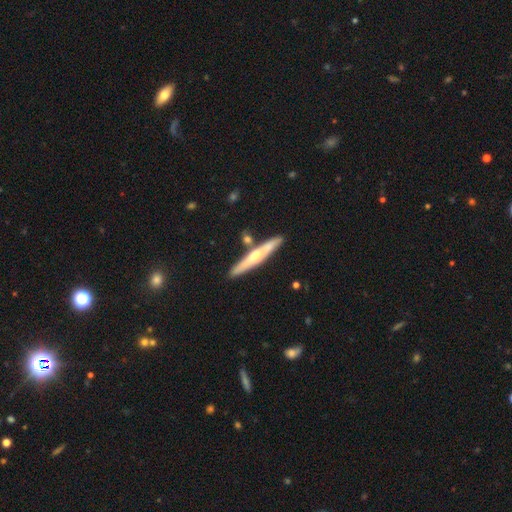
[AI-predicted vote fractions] A featured or disk galaxy (56%) viewed edge-on (96%) with a rounded central bulge (82%). Merging: none (82%).